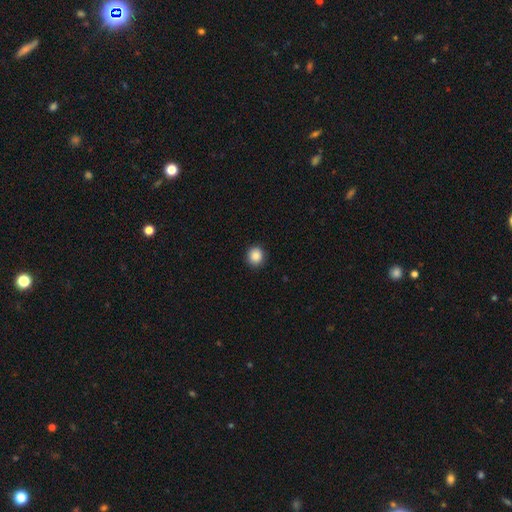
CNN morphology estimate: Smooth or featured?
  - smooth: 88% *
  - star or artifact: 9%
  - featured or disk: 3%
How rounded?
  - round: 89% *
  - in between: 10%
  - cigar-shaped: 1%
Merging?
  - none: 92% *
  - minor disturbance: 5%
  - major disturbance: 2%
  - merger: 1%